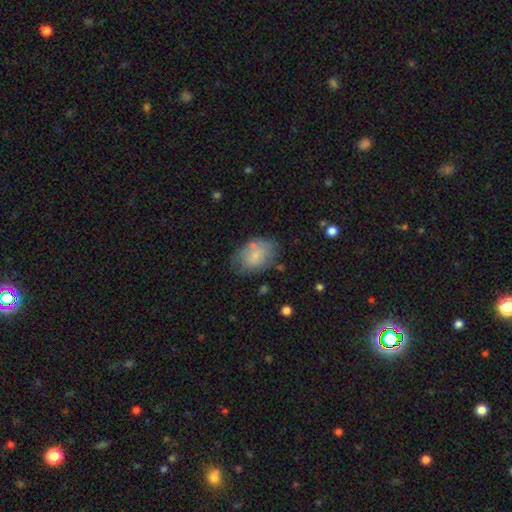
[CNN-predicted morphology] smooth_or_featured: smooth (p=0.74) [alt: featured or disk p=0.18]
how_rounded: in between (p=0.83) [alt: round p=0.16]
merging: none (p=0.64) [alt: minor disturbance p=0.22]